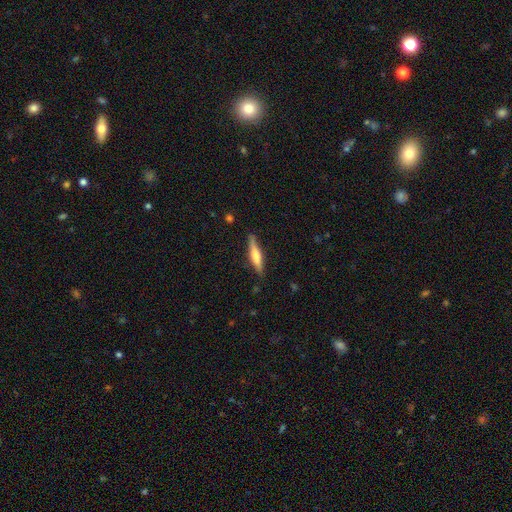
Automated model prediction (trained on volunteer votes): This is possibly a smooth galaxy (48%). Merging: clearly none (85%).